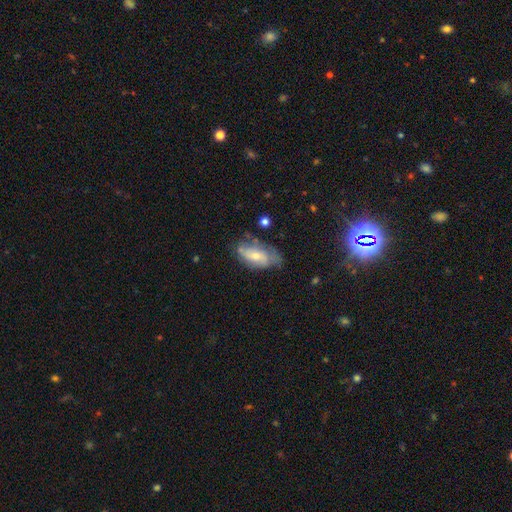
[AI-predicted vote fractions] A featured or disk galaxy (50%). Merging: none (50%).